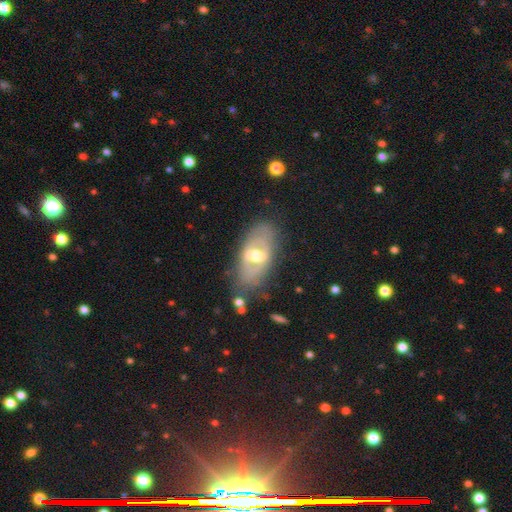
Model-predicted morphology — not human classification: Smooth or featured? Predicted: featured or disk (p=0.69). Edge-on disk? Predicted: no (p=0.85). Bar? Predicted: strong (p=0.42). Spiral arms? Predicted: no (p=0.65). Bulge size? Predicted: moderate (p=0.72). Merging? Predicted: none (p=0.71).